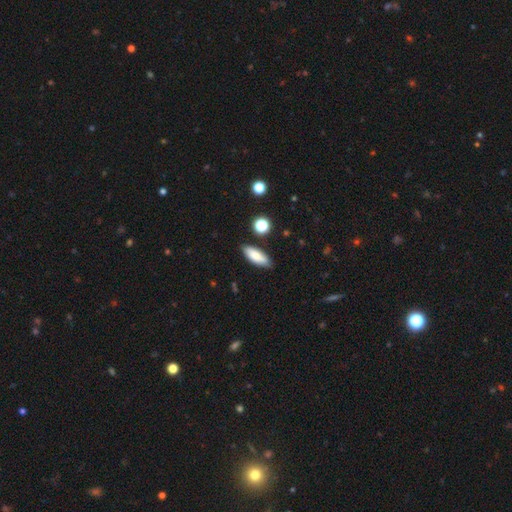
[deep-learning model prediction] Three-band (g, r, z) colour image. It shows a smooth galaxy with no disk features (78%) that is in between round and cigar-shaped (64%). Merging: none (83%).